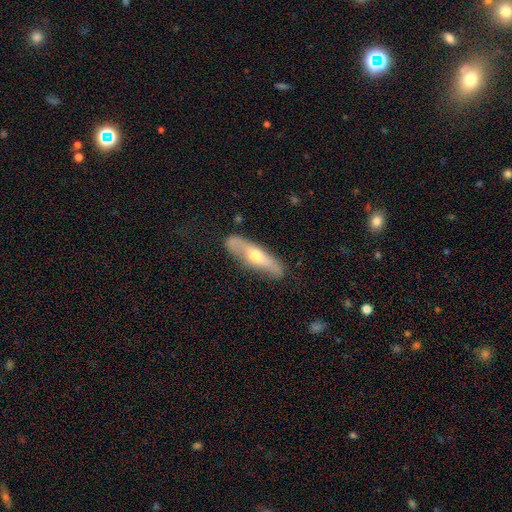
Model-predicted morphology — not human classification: A featured or disk galaxy (51%) viewed edge-on (67%). Merging: none (80%).